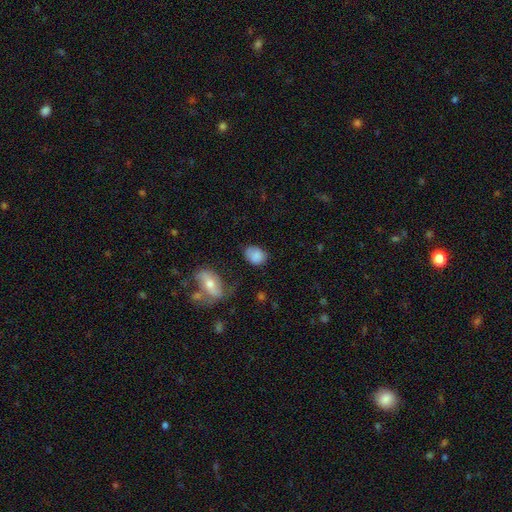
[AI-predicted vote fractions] Smooth or featured?
  - smooth: 81% *
  - featured or disk: 11%
  - star or artifact: 8%
How rounded?
  - in between: 64% *
  - round: 35%
  - cigar-shaped: 1%
Merging?
  - none: 62% *
  - minor disturbance: 27%
  - major disturbance: 8%
  - merger: 4%